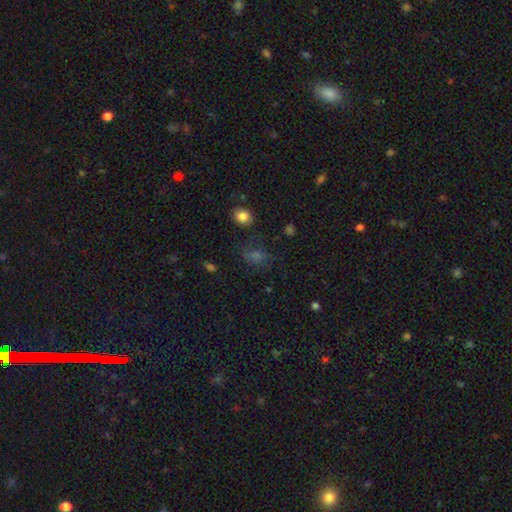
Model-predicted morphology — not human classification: smooth_or_featured: smooth (p=0.47) [alt: star or artifact p=0.41]
merging: none (p=0.68) [alt: minor disturbance p=0.17]